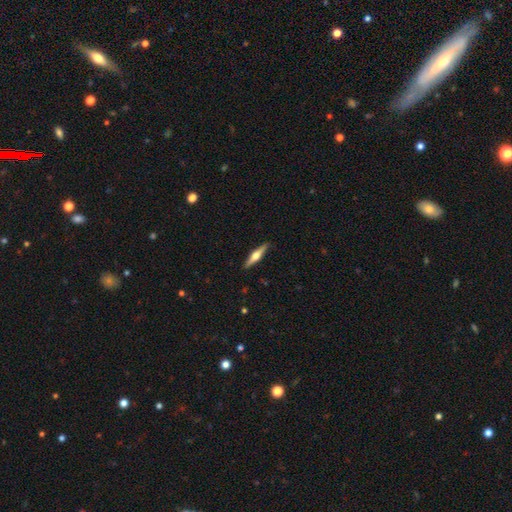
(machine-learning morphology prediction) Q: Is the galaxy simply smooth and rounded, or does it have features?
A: featured or disk — 64%.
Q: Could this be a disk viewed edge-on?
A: yes — 97%.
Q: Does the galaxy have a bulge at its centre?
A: rounded — 93%.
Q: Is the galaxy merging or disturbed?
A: none — 91%.